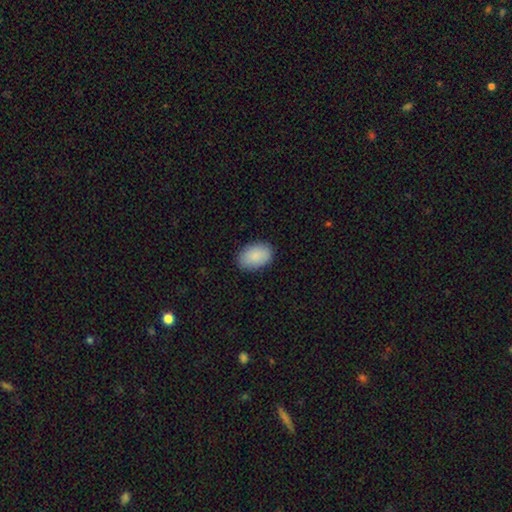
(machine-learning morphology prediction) Smooth or featured? smooth (89%)
How rounded? in between (90%)
Merging? none (86%)